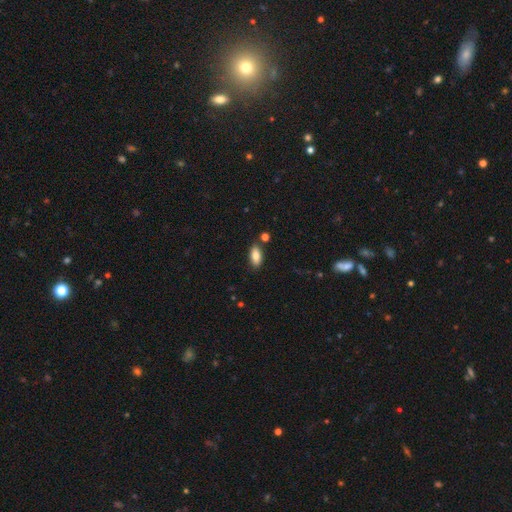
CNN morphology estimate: This appears to be a smooth galaxy with no disk features (83%) that is in between round and cigar-shaped (90%). Merging: none (83%).